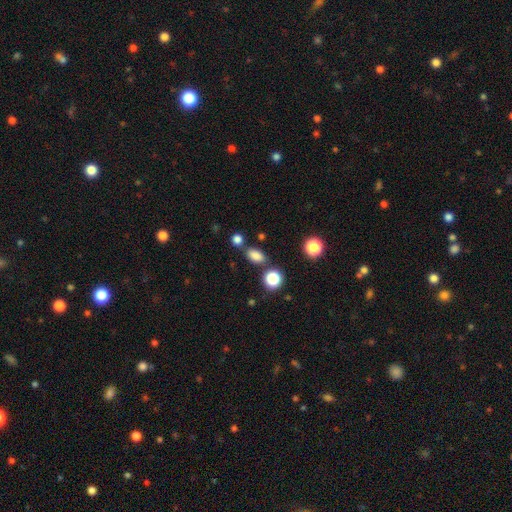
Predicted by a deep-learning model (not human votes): smooth_or_featured: smooth (p=0.82) [alt: star or artifact p=0.13]
how_rounded: in between (p=0.81) [alt: round p=0.17]
merging: none (p=0.75) [alt: minor disturbance p=0.12]